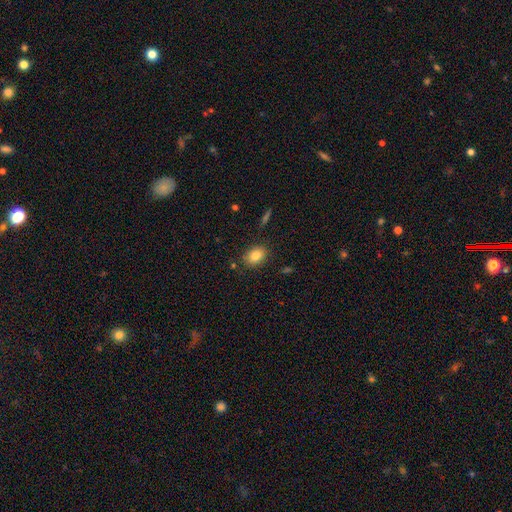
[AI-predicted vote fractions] Overall: smooth (82%). How rounded: in between (77%). Merging: none (83%).